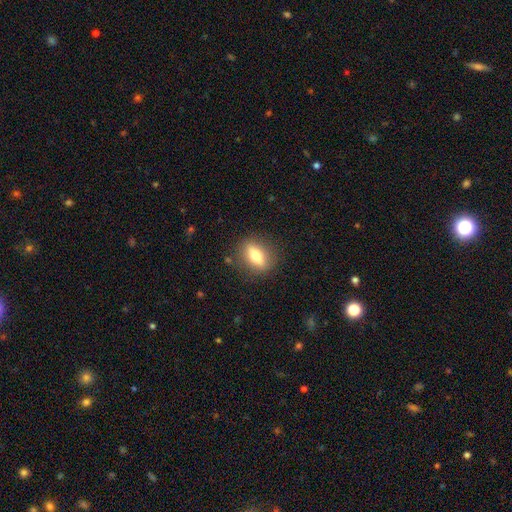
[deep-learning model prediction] Q: Smooth or featured?
A: smooth (61%); runner-up: featured or disk (31%)
Q: How rounded?
A: in between (62%); runner-up: round (20%)
Q: Merging?
A: none (85%); runner-up: minor disturbance (10%)